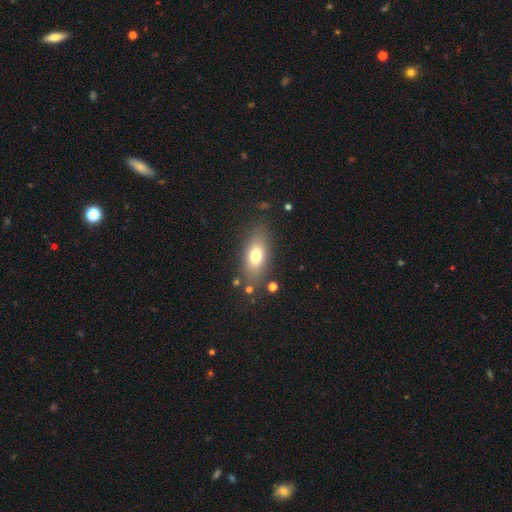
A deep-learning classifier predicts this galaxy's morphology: The model was most divided on "smooth or featured": smooth: 73%, featured or disk: 18%, star or artifact: 10%. More confident: merging — none (81%); how rounded — in between (81%).